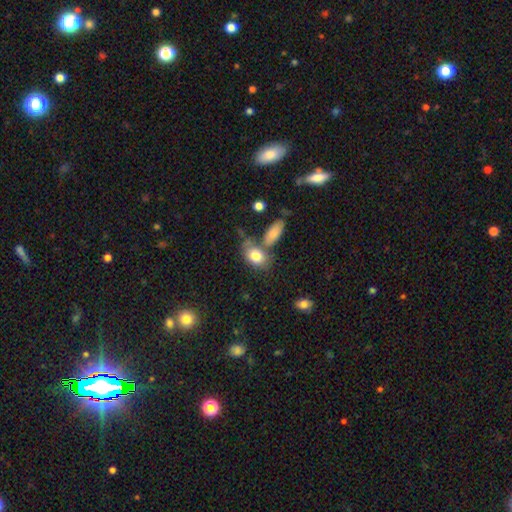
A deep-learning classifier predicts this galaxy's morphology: Smooth or featured? Predicted: smooth (p=0.81). How rounded? Predicted: in between (p=0.78). Merging? Predicted: none (p=0.49).